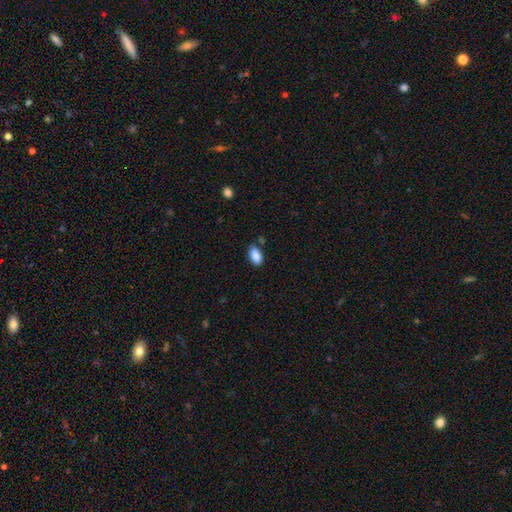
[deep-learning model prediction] Smooth or featured?
  - smooth: 88% *
  - star or artifact: 7%
  - featured or disk: 4%
How rounded?
  - in between: 93% *
  - round: 5%
  - cigar-shaped: 2%
Merging?
  - none: 77% *
  - minor disturbance: 15%
  - merger: 5%
  - major disturbance: 3%